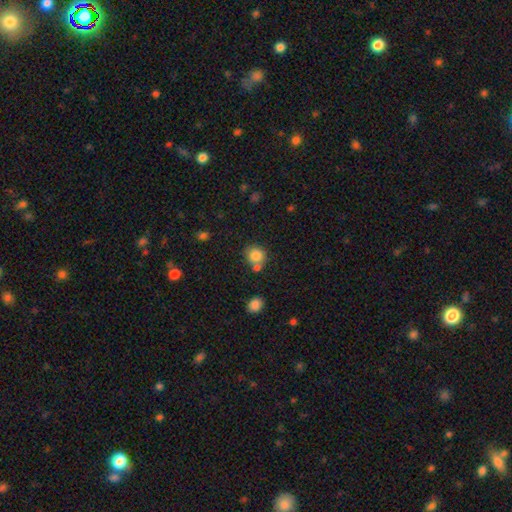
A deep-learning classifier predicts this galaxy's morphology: A smooth galaxy with no disk features (83%) that is round (83%).

Vote fractions:
- Smooth or featured? smooth: 83% / star or artifact: 10% / featured or disk: 6%
- How rounded? round: 83% / in between: 16% / cigar-shaped: 1%
- Merging? none: 62% / merger: 23% / minor disturbance: 11% / major disturbance: 4%